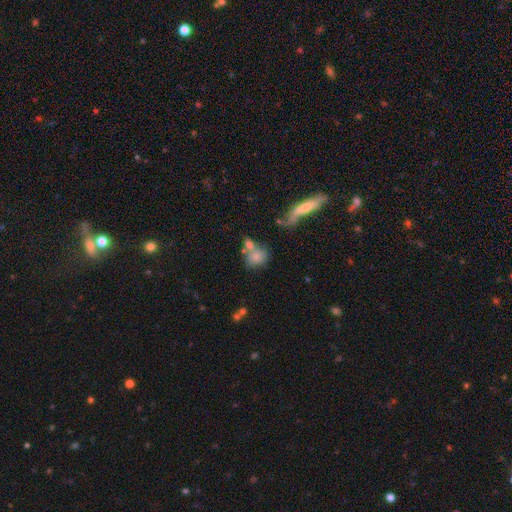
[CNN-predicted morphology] Smooth or featured?
  - smooth: 73% *
  - featured or disk: 16%
  - star or artifact: 11%
How rounded?
  - round: 54% *
  - in between: 41%
  - cigar-shaped: 5%
Merging?
  - none: 42% *
  - merger: 36%
  - minor disturbance: 14%
  - major disturbance: 9%